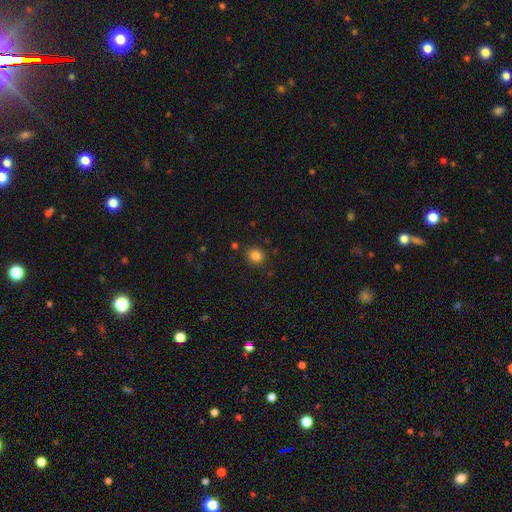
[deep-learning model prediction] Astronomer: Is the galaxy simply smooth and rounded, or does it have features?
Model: smooth — 83%.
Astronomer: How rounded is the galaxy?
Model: round — 83%.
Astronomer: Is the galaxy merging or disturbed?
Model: none — 87%.